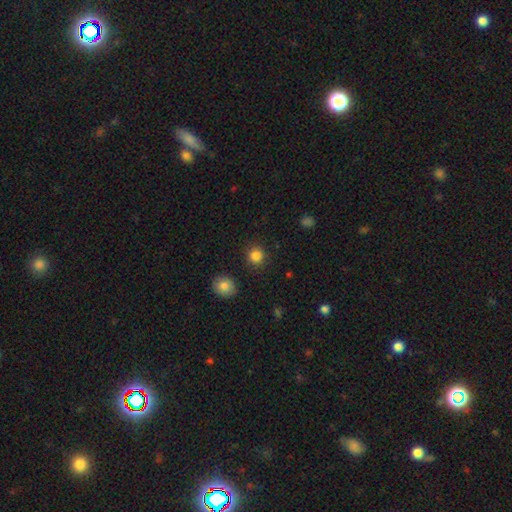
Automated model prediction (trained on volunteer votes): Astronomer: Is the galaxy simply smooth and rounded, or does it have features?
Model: smooth — 85%.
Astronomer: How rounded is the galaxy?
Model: round — 91%.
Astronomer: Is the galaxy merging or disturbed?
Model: none — 90%.